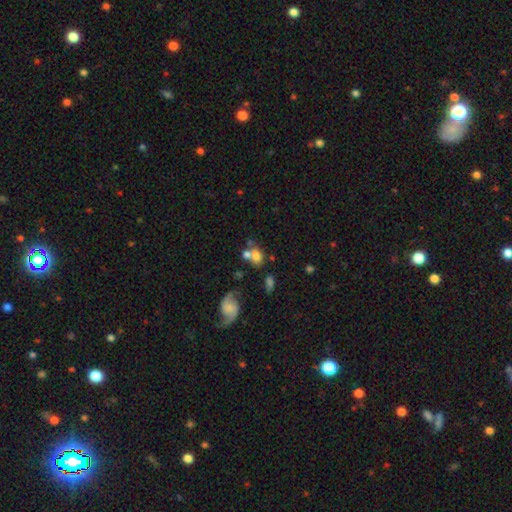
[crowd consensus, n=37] Smooth or featured?
  - smooth: 70% *
  - featured or disk: 27%
  - star or artifact: 3%
How rounded?
  - in between: 69% *
  - round: 31%
  - cigar-shaped: 0%
Merging?
  - none: 36% *
  - merger: 31%
  - minor disturbance: 22%
  - major disturbance: 11%